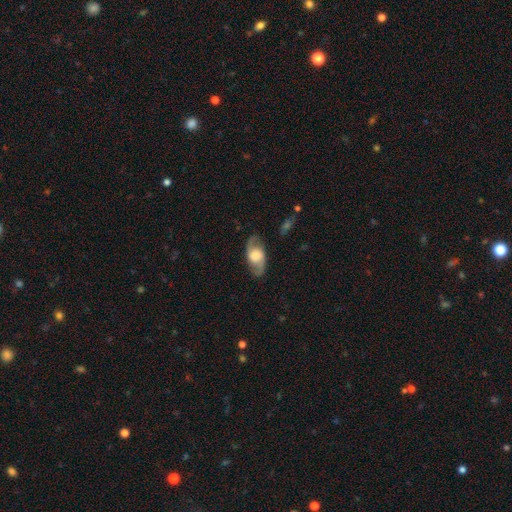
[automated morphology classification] Overall: featured or disk (61%; smooth 33%). Edge-on disk: no (86%). Bar: no (67%). Spiral arms: yes (78%). Bulge size: large (53%; moderate 22%). Merging: none (81%).